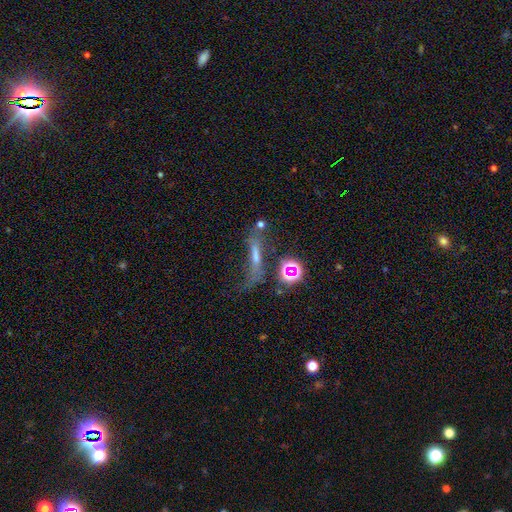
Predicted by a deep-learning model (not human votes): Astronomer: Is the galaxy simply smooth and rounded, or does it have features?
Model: featured or disk — 41% (runner-up: smooth, 37%).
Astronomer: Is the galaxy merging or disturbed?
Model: none — 39% (runner-up: major disturbance, 29%).